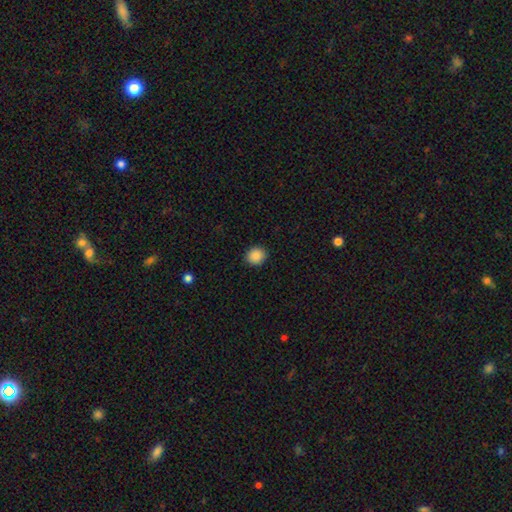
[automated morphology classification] type=smooth (88%); roundness=round (83%); merging=none (91%).